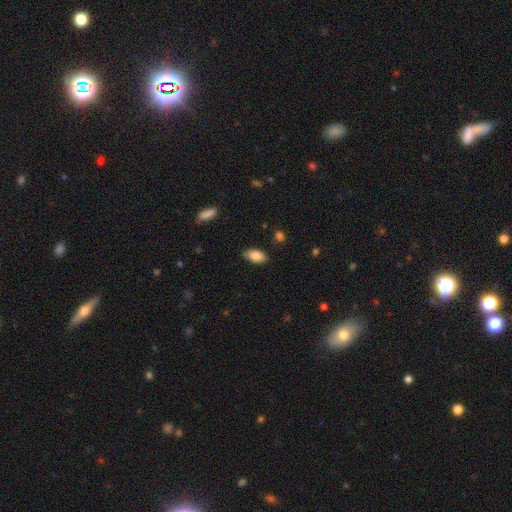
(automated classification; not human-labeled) Smooth or featured?
  - smooth: 85% *
  - star or artifact: 7%
  - featured or disk: 7%
How rounded?
  - in between: 92% *
  - round: 4%
  - cigar-shaped: 3%
Merging?
  - none: 80% *
  - minor disturbance: 15%
  - major disturbance: 3%
  - merger: 1%